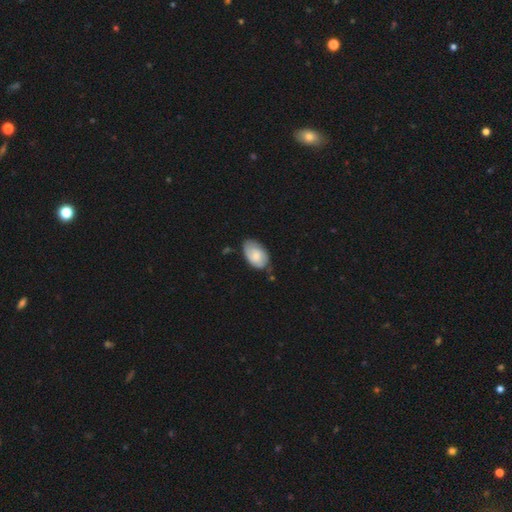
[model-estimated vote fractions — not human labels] Smooth or featured: smooth — 58% (featured or disk — 36%)
How rounded: in between — 92% (round — 7%)
Merging: none — 63% (minor disturbance — 29%)